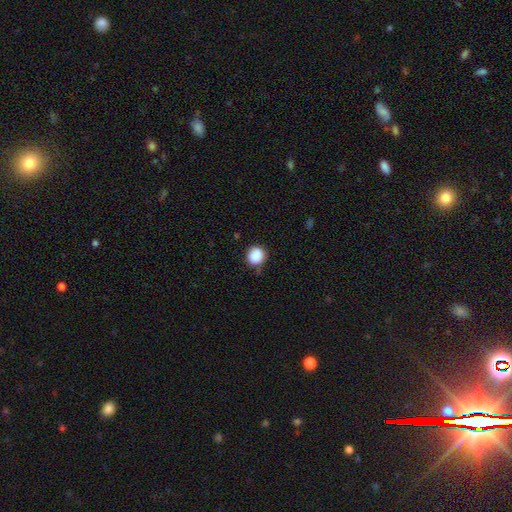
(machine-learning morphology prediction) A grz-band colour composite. It shows a smooth galaxy with no disk features (88%) that is round (89%). Merging: none (78%).